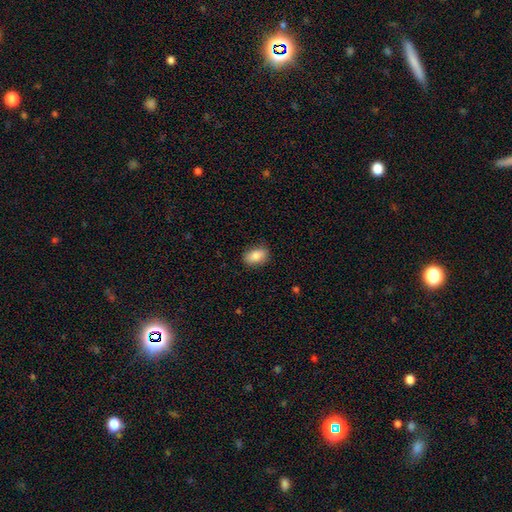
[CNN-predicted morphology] smooth-or-featured: smooth: 85% | star or artifact: 7% | featured or disk: 7%
  how-rounded: in between: 86% | round: 12% | cigar-shaped: 2%
  merging: none: 84% | minor disturbance: 12% | major disturbance: 3% | merger: 1%